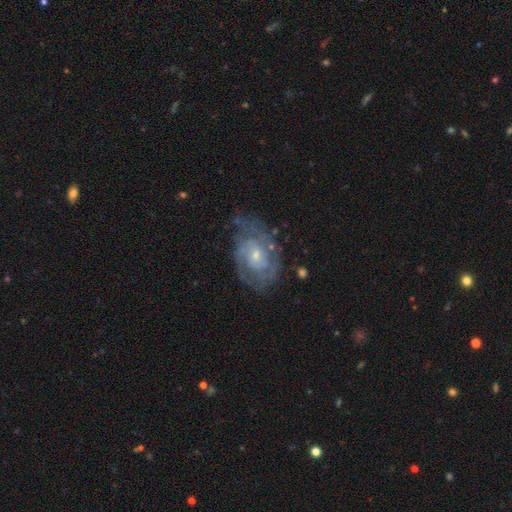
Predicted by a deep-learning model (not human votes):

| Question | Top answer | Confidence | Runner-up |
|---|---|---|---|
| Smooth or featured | featured or disk | 82% | smooth (12%) |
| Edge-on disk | no | 97% | yes (3%) |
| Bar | no | 66% | weak (30%) |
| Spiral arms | yes | 89% | no (11%) |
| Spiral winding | tight | 57% | medium (34%) |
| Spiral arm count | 2 | 39% | can't tell (35%) |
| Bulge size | small | 61% | moderate (34%) |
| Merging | none | 63% | minor disturbance (23%) |